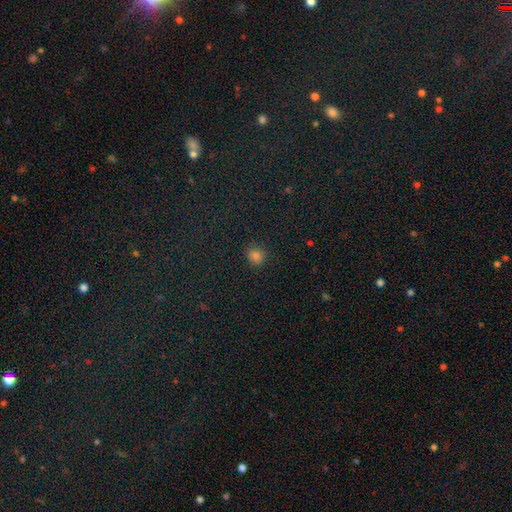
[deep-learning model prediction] Smooth or featured? smooth (80%)
How rounded? round (82%)
Merging? none (86%)